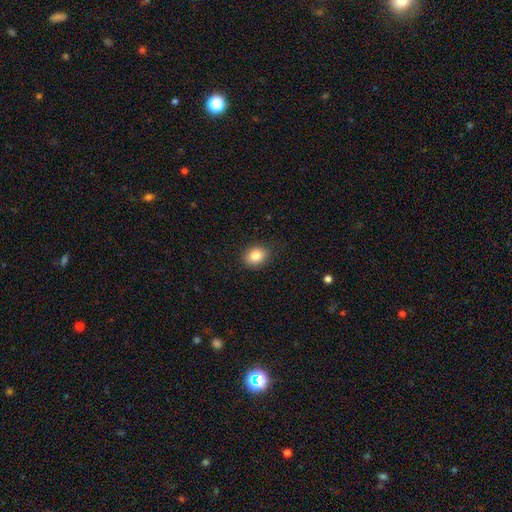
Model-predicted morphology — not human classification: Smooth or featured? Predicted: smooth (p=0.84). How rounded? Predicted: in between (p=0.55). Merging? Predicted: none (p=0.87).